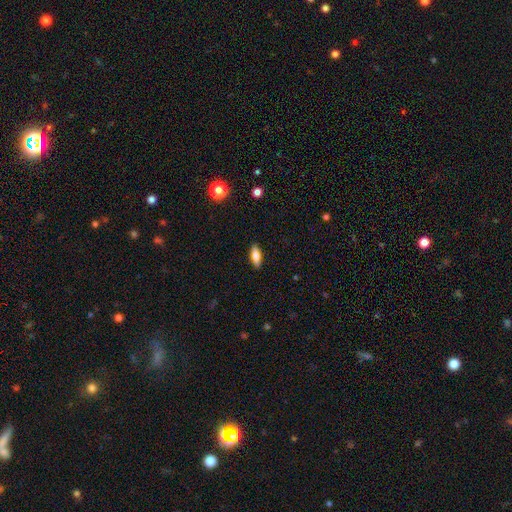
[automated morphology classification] smooth_or_featured: smooth (p=0.68) [alt: featured or disk p=0.25]
how_rounded: in between (p=0.63) [alt: cigar-shaped p=0.34]
merging: none (p=0.89) [alt: minor disturbance p=0.08]